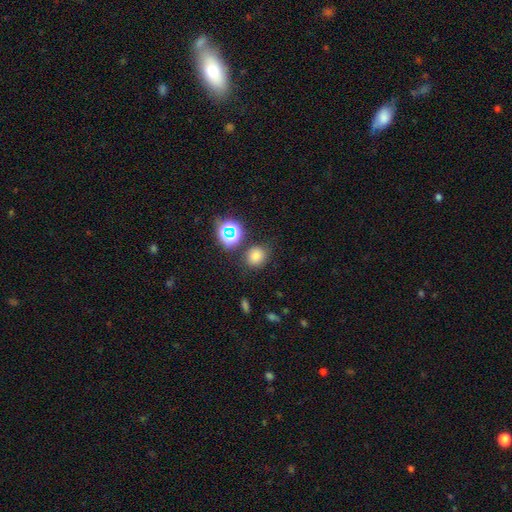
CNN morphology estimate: The model was most divided on "how rounded": round: 74%, in between: 25%, cigar-shaped: 1%. More confident: merging — none (78%); smooth or featured — smooth (74%).